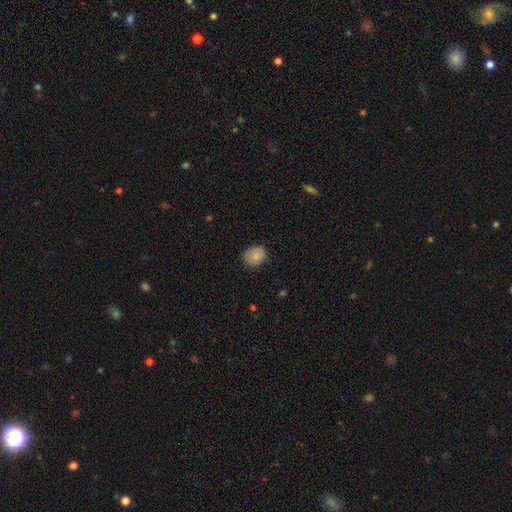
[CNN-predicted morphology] Overall: smooth (82%). How rounded: round (63%; in between 36%). Merging: none (80%).